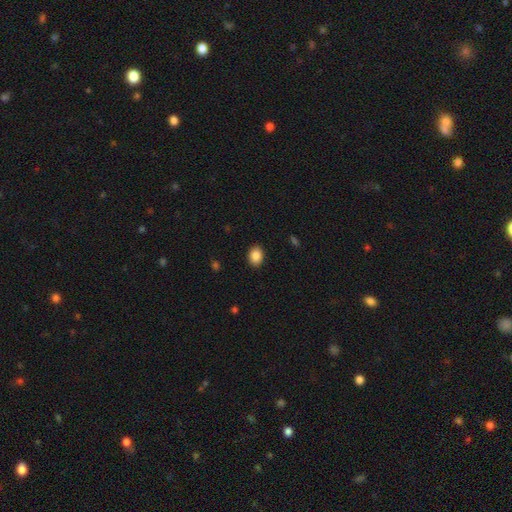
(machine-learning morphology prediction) Smooth or featured: smooth — 87% (star or artifact — 8%)
How rounded: in between — 64% (round — 35%)
Merging: none — 90% (minor disturbance — 7%)